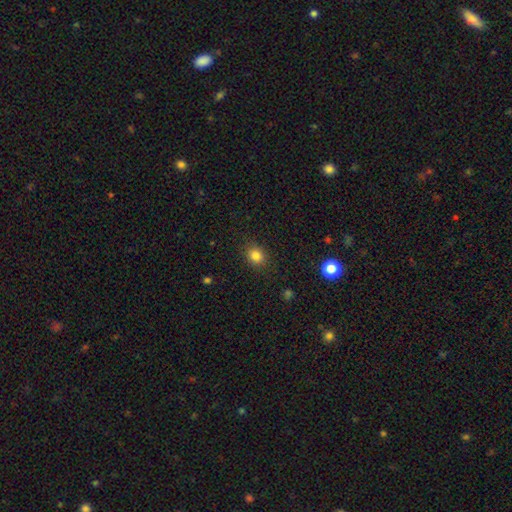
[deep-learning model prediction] A smooth galaxy with no disk features (83%) that is round (66%).

Vote fractions:
- Smooth or featured? smooth: 83% / star or artifact: 12% / featured or disk: 5%
- How rounded? round: 66% / in between: 33% / cigar-shaped: 1%
- Merging? none: 87% / minor disturbance: 9% / major disturbance: 3% / merger: 1%